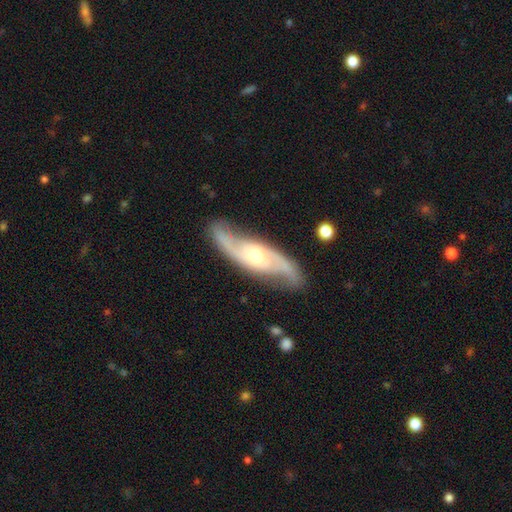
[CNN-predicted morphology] Smooth or featured?
  - featured or disk: 87% *
  - smooth: 8%
  - star or artifact: 5%
Edge-on disk?
  - no: 88% *
  - yes: 12%
Bar?
  - no: 58% *
  - weak: 31%
  - strong: 11%
Spiral arms?
  - yes: 96% *
  - no: 4%
Spiral winding?
  - medium: 45% *
  - loose: 36%
  - tight: 19%
Spiral arm count?
  - 2: 92% *
  - can't tell: 4%
  - 3: 1%
  - 1: 1%
  - 4: 1%
  - more than 4: 1%
Bulge size?
  - moderate: 60% *
  - small: 33%
  - large: 5%
  - none: 1%
  - dominant: 1%
Merging?
  - none: 83% *
  - minor disturbance: 12%
  - major disturbance: 3%
  - merger: 1%